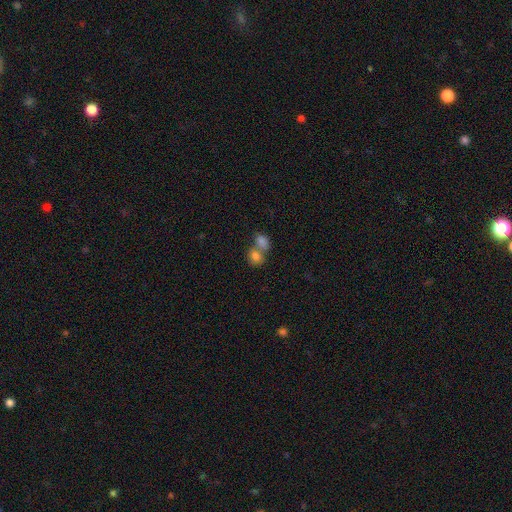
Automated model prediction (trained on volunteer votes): smooth-or-featured: smooth: 55% | star or artifact: 25% | featured or disk: 20%
  how-rounded: round: 56% | in between: 40% | cigar-shaped: 5%
  merging: merger: 47% | none: 38% | minor disturbance: 8% | major disturbance: 6%